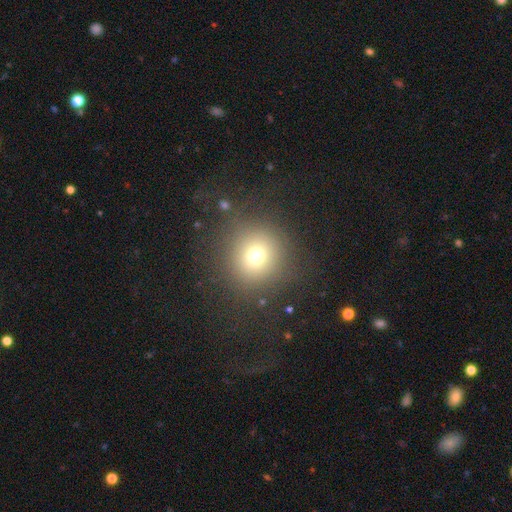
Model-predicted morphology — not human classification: Q: Smooth or featured?
A: smooth (71%); runner-up: star or artifact (18%)
Q: How rounded?
A: round (92%); runner-up: in between (7%)
Q: Merging?
A: none (84%); runner-up: minor disturbance (9%)